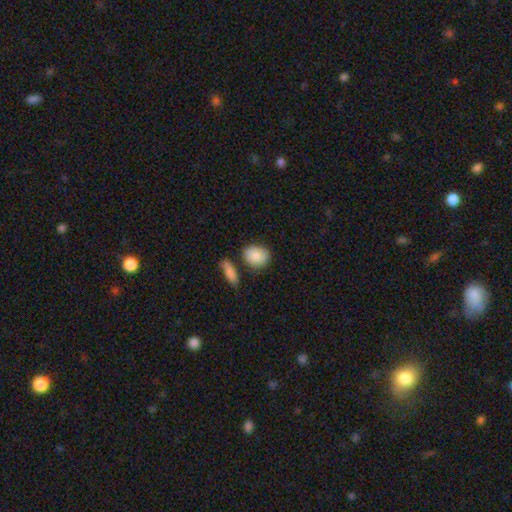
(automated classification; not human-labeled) smooth_or_featured: smooth (p=0.86) [alt: featured or disk p=0.08]
how_rounded: in between (p=0.50) [alt: round p=0.48]
merging: none (p=0.72) [alt: minor disturbance p=0.15]